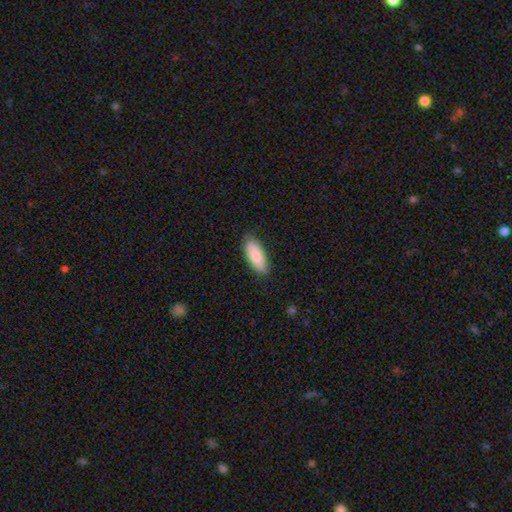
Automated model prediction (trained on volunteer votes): smooth 83%, featured or disk 11%, star or artifact 6%. Down the decision tree: how rounded — in between (77%); merging — none (84%).